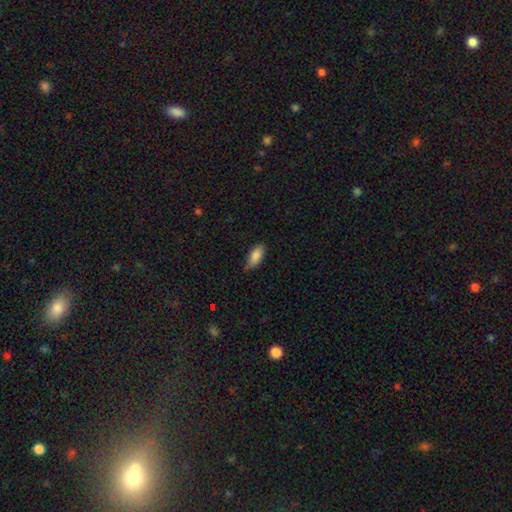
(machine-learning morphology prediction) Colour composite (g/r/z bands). It shows a smooth galaxy with no disk features (85%) that is in between round and cigar-shaped (84%). Merging: none (71%).